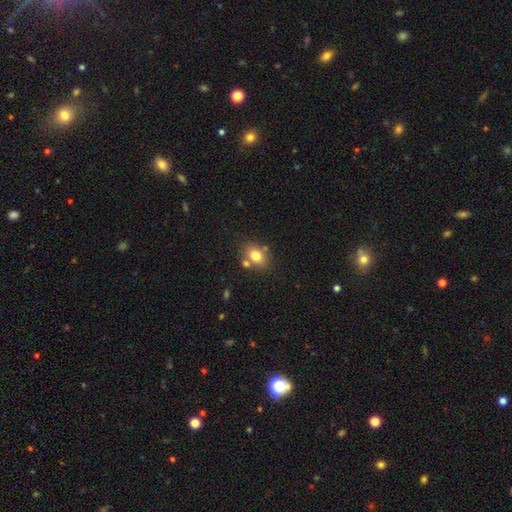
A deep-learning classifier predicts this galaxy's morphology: The model was most divided on "how rounded": in between: 65%, round: 34%, cigar-shaped: 1%. More confident: smooth or featured — smooth (78%); merging — none (69%).